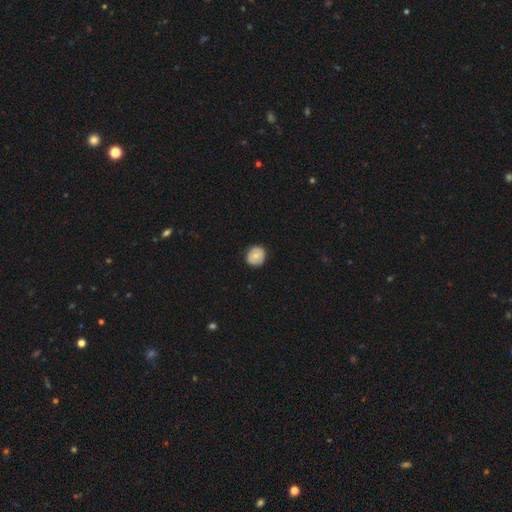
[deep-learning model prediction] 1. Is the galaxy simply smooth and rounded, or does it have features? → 68% smooth, 25% featured or disk, 7% star or artifact.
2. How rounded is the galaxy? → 88% round, 11% in between, 1% cigar-shaped.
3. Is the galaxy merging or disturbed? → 86% none, 11% minor disturbance, 2% major disturbance, 1% merger.